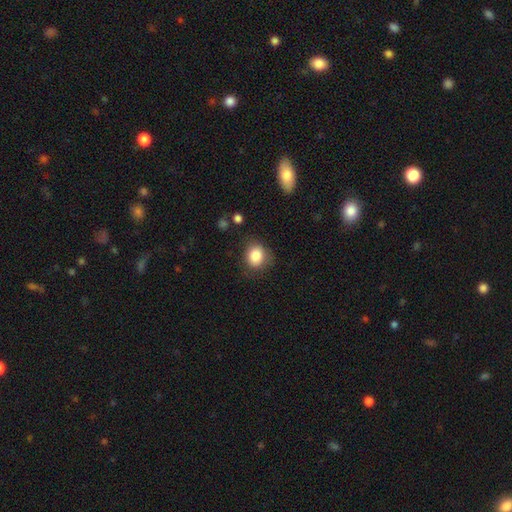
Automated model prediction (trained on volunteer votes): smooth-or-featured: smooth: 85% | star or artifact: 9% | featured or disk: 6%
  how-rounded: round: 65% | in between: 34% | cigar-shaped: 1%
  merging: none: 75% | minor disturbance: 18% | major disturbance: 5% | merger: 2%